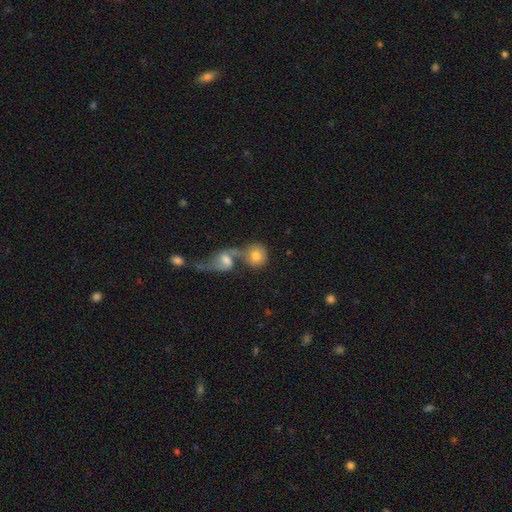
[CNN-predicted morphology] smooth 69%, featured or disk 23%, star or artifact 8%. Down the decision tree: how rounded — round (78%); merging — merger (61%).